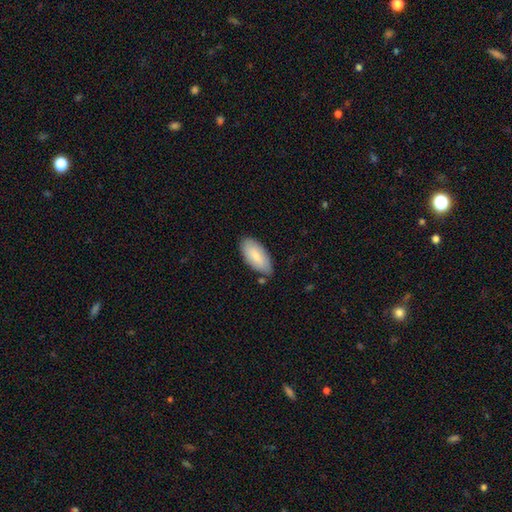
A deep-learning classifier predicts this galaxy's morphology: This is clearly a smooth galaxy (80%). How rounded: clearly in between (91%). Merging: likely none (76%).